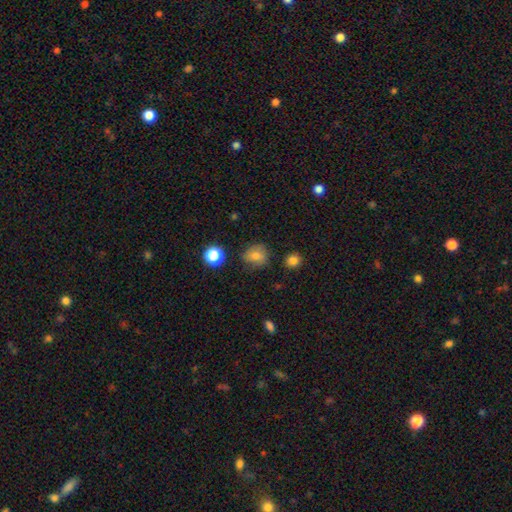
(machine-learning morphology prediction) smooth_or_featured: smooth (p=0.75) [alt: star or artifact p=0.13]
how_rounded: round (p=0.77) [alt: in between p=0.22]
merging: none (p=0.76) [alt: minor disturbance p=0.17]